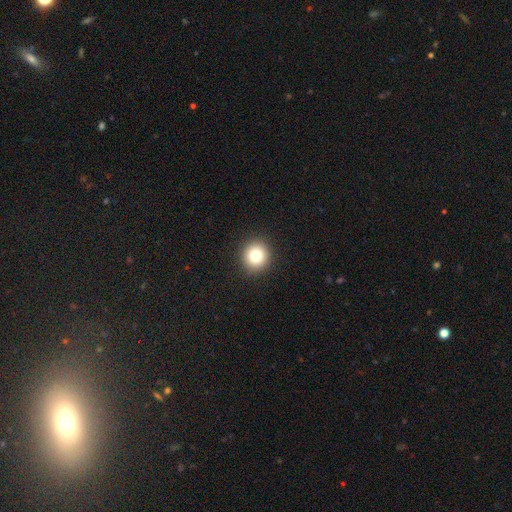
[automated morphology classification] This is clearly a smooth galaxy (83%). How rounded: clearly round (90%). Merging: clearly none (92%).